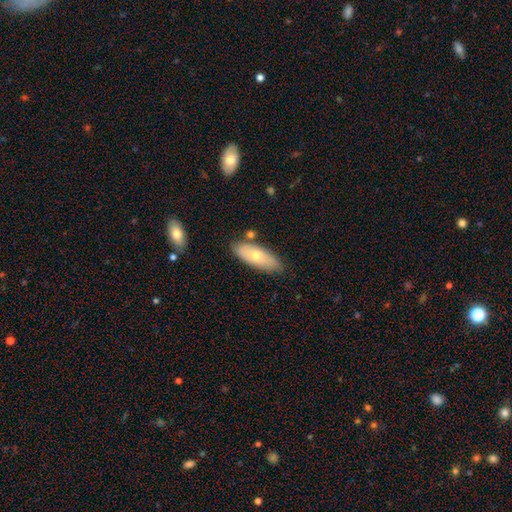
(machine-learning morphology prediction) Overall: smooth (64%; featured or disk 29%). How rounded: in between (76%). Merging: none (78%).